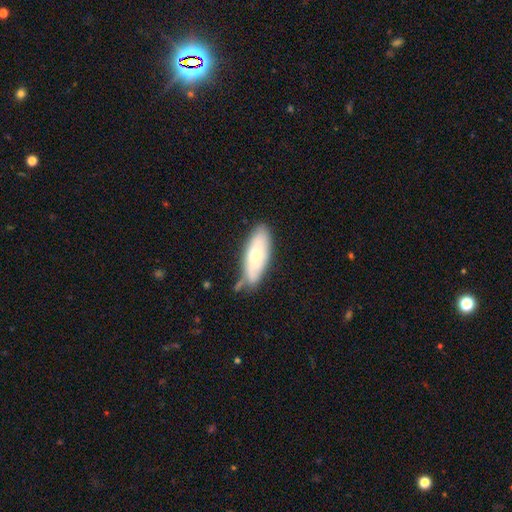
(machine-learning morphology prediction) type=smooth (56%); roundness=in between (53%); merging=none (77%).